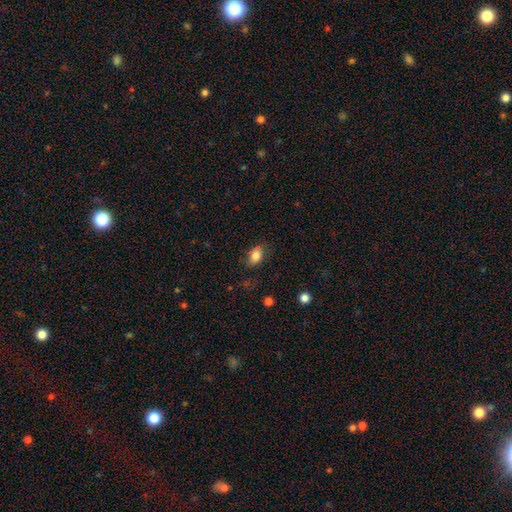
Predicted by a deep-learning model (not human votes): Smooth or featured?
  - smooth: 80% *
  - featured or disk: 11%
  - star or artifact: 9%
How rounded?
  - in between: 78% *
  - round: 20%
  - cigar-shaped: 2%
Merging?
  - none: 72% *
  - minor disturbance: 20%
  - major disturbance: 7%
  - merger: 2%